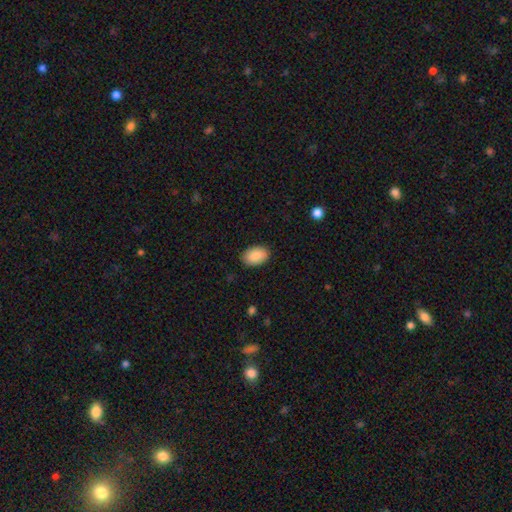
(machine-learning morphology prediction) Smooth or featured? Predicted: smooth (p=0.90). How rounded? Predicted: in between (p=0.90). Merging? Predicted: none (p=0.88).